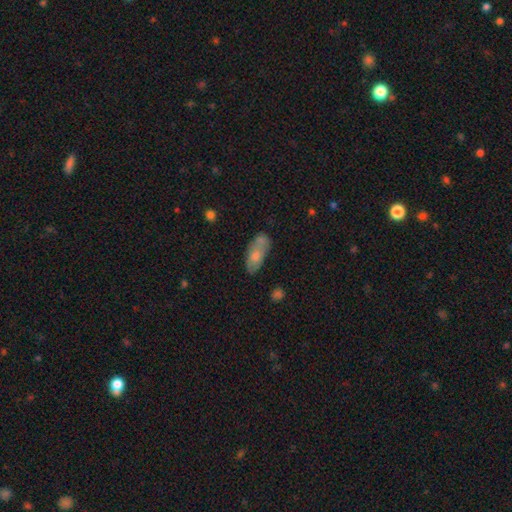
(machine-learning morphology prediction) A smooth galaxy with no disk features (72%) that is in between round and cigar-shaped (82%).

Vote fractions:
- Smooth or featured? smooth: 72% / featured or disk: 21% / star or artifact: 7%
- How rounded? in between: 82% / cigar-shaped: 14% / round: 3%
- Merging? none: 49% / minor disturbance: 22% / merger: 21% / major disturbance: 8%